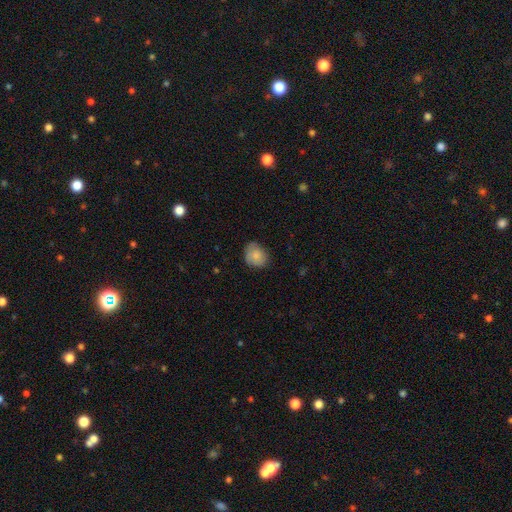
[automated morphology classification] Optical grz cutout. It shows a smooth galaxy with no disk features (81%) that is round (52%). Merging: none (68%).